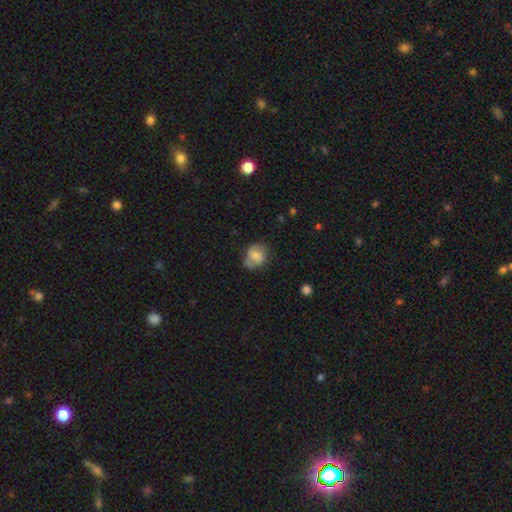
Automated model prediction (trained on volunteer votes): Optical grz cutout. It shows a smooth galaxy with no disk features (63%) that is round (52%). Merging: none (56%).